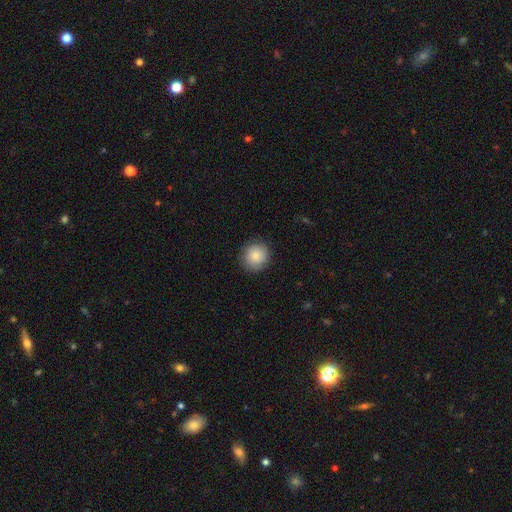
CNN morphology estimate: This is clearly a smooth galaxy (85%). How rounded: clearly round (91%). Merging: clearly none (87%).